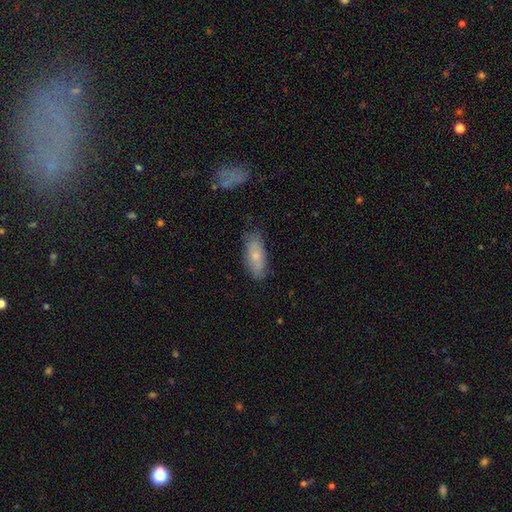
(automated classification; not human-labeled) This appears to be a smooth galaxy with no disk features (73%) that is in between round and cigar-shaped (77%). Merging: none (76%).